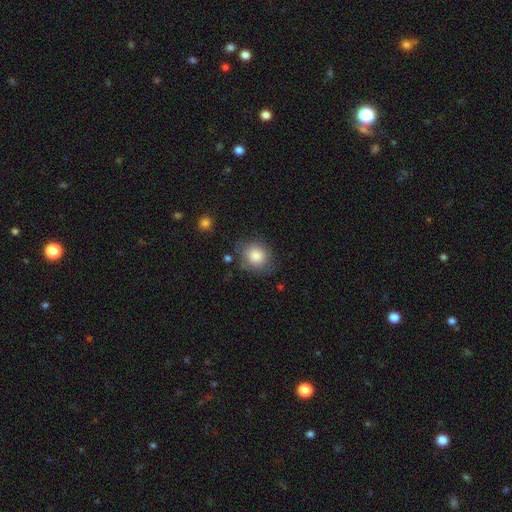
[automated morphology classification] This is clearly a smooth galaxy (83%). How rounded: likely round (72%). Merging: likely none (71%).